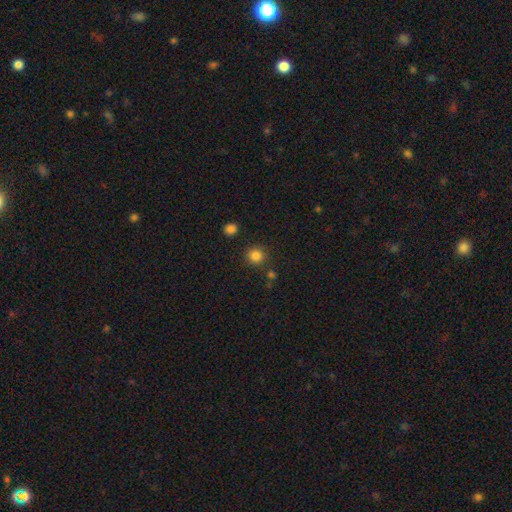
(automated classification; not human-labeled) A smooth galaxy with no disk features (83%) that is round (91%). Merging: none (86%).